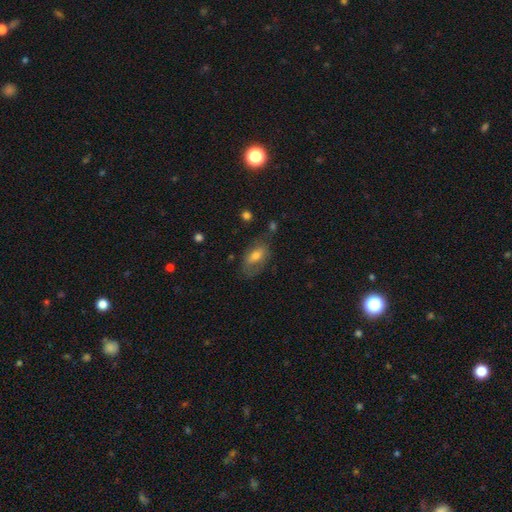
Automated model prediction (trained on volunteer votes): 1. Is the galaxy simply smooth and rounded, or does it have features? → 61% smooth, 31% featured or disk, 9% star or artifact.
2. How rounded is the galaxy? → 88% in between, 8% round, 4% cigar-shaped.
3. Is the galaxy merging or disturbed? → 59% none, 25% minor disturbance, 12% major disturbance, 4% merger.